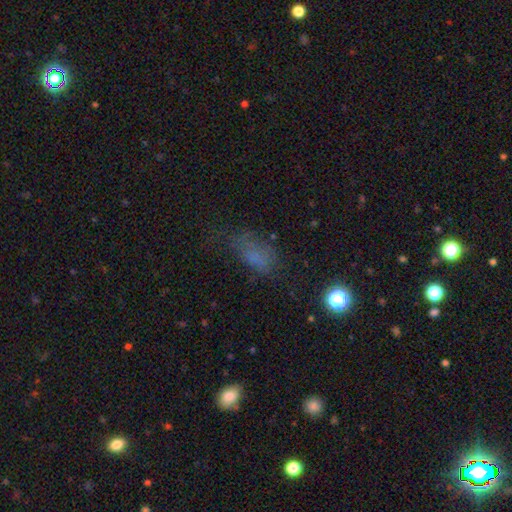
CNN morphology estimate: smooth_or_featured: smooth (p=0.60) [alt: star or artifact p=0.23]
how_rounded: in between (p=0.82) [alt: round p=0.10]
merging: none (p=0.48) [alt: minor disturbance p=0.26]